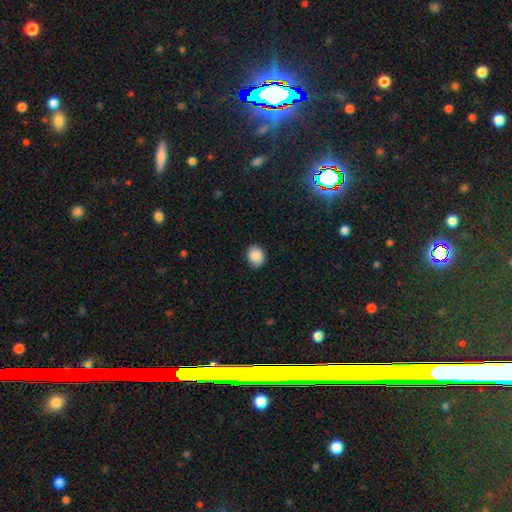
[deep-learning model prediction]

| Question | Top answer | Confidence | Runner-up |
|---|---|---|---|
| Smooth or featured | smooth | 89% | star or artifact (7%) |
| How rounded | in between | 50% | round (49%) |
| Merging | none | 89% | minor disturbance (8%) |